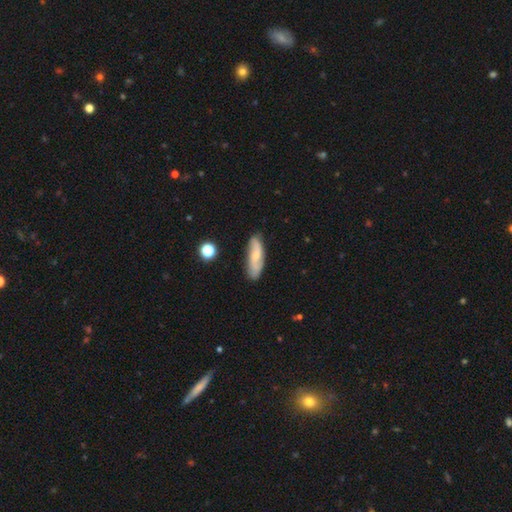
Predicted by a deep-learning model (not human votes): This is possibly a featured or disk galaxy (54%). It is clearly not viewed edge-on (83%). Merging: clearly none (80%).